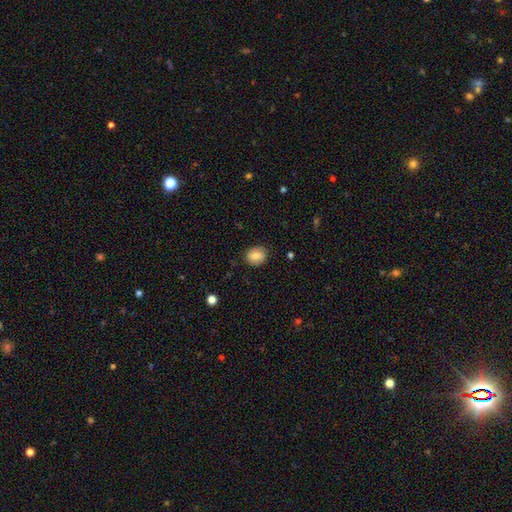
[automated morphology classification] A smooth galaxy with no disk features (72%) that is round (60%).

Vote fractions:
- Smooth or featured? smooth: 72% / featured or disk: 20% / star or artifact: 8%
- How rounded? round: 60% / in between: 38% / cigar-shaped: 1%
- Merging? none: 83% / minor disturbance: 12% / major disturbance: 3% / merger: 1%